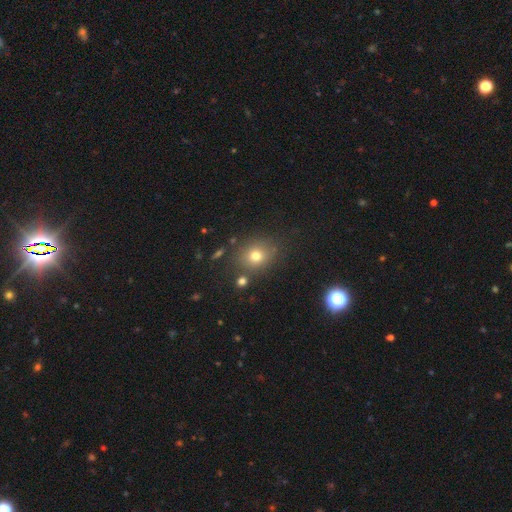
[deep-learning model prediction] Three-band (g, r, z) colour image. It shows a smooth galaxy with no disk features (73%) that is round (70%). Merging: none (79%).